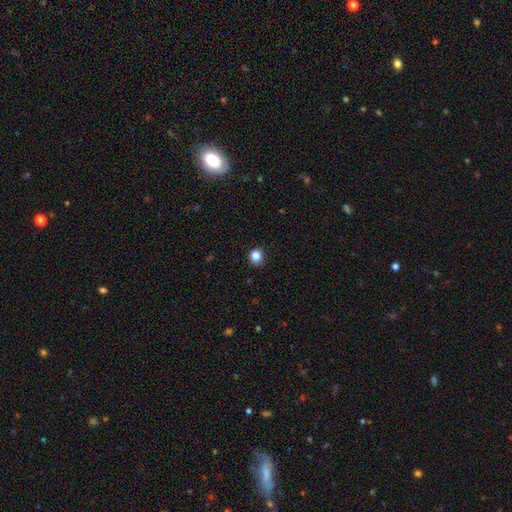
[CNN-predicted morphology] Smooth or featured?
  - smooth: 85% *
  - star or artifact: 11%
  - featured or disk: 4%
How rounded?
  - round: 81% *
  - in between: 18%
  - cigar-shaped: 1%
Merging?
  - none: 87% *
  - minor disturbance: 10%
  - major disturbance: 2%
  - merger: 1%